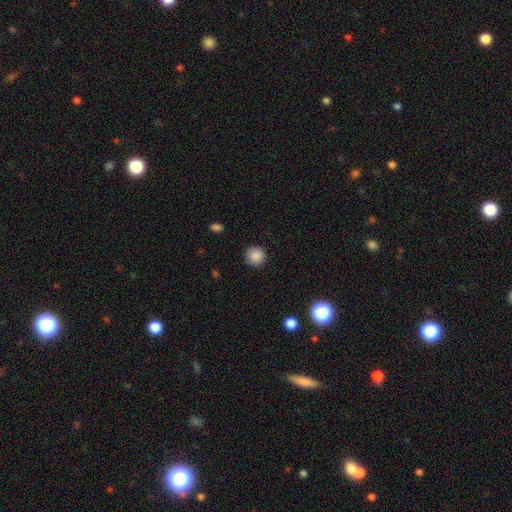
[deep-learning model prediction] Smooth or featured?
  - smooth: 88% *
  - star or artifact: 10%
  - featured or disk: 3%
How rounded?
  - round: 94% *
  - in between: 5%
  - cigar-shaped: 1%
Merging?
  - none: 91% *
  - minor disturbance: 6%
  - major disturbance: 2%
  - merger: 1%